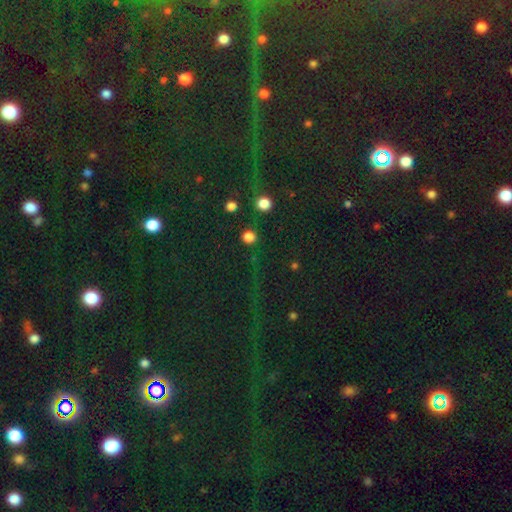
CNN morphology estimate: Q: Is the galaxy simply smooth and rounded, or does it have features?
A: star or artifact — 81%.